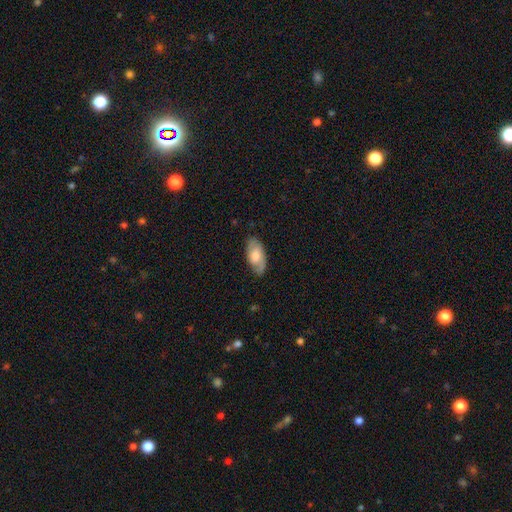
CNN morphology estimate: A smooth galaxy with no disk features (51%) that is in between round and cigar-shaped (91%).

Vote fractions:
- Smooth or featured? smooth: 51% / featured or disk: 43% / star or artifact: 6%
- How rounded? in between: 91% / cigar-shaped: 5% / round: 3%
- Merging? none: 74% / minor disturbance: 20% / major disturbance: 5% / merger: 1%